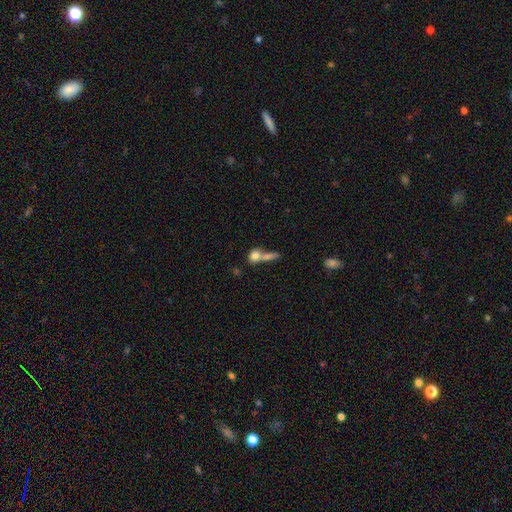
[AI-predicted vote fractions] Morphology: type=smooth (77%); roundness=round (47%); merging=merger (56%).